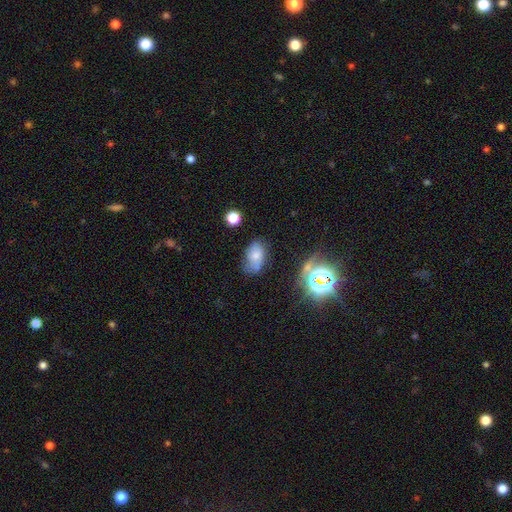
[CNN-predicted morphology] Smooth or featured: smooth — 43% (star or artifact — 28%)
Merging: none — 62% (minor disturbance — 25%)